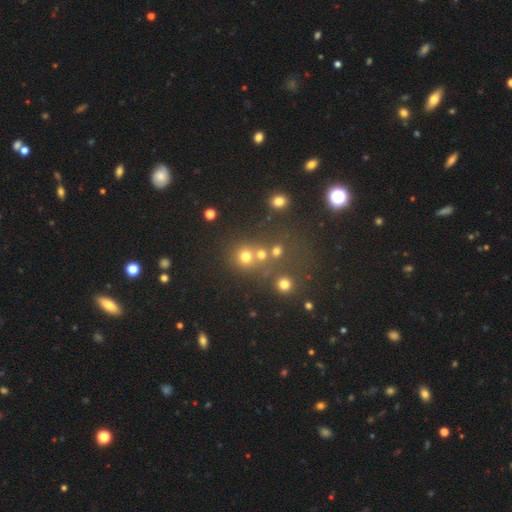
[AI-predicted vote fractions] Overall: smooth (48%; star or artifact 40%). Merging: none (61%; merger 26%).